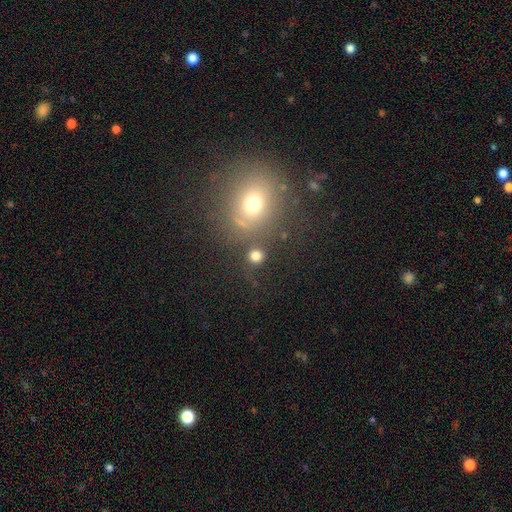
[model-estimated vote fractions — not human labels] A smooth galaxy with no disk features (78%) that is round (90%).

Vote fractions:
- Smooth or featured? smooth: 78% / star or artifact: 15% / featured or disk: 6%
- How rounded? round: 90% / in between: 9% / cigar-shaped: 1%
- Merging? none: 78% / merger: 9% / minor disturbance: 8% / major disturbance: 5%